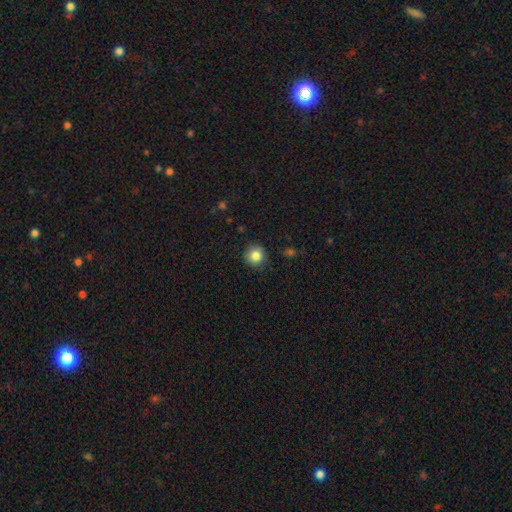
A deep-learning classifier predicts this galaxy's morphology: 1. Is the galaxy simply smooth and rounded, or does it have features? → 85% smooth, 10% star or artifact, 5% featured or disk.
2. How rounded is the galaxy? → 92% round, 7% in between, 1% cigar-shaped.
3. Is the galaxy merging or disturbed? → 88% none, 9% minor disturbance, 2% major disturbance, 1% merger.